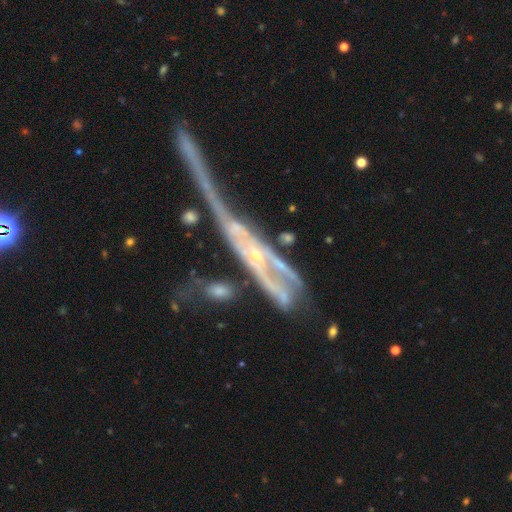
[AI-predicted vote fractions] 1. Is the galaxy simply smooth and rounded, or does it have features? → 78% featured or disk, 12% smooth, 10% star or artifact.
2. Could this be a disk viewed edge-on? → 62% no, 38% yes.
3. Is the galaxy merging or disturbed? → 46% merger, 27% major disturbance, 16% none, 11% minor disturbance.